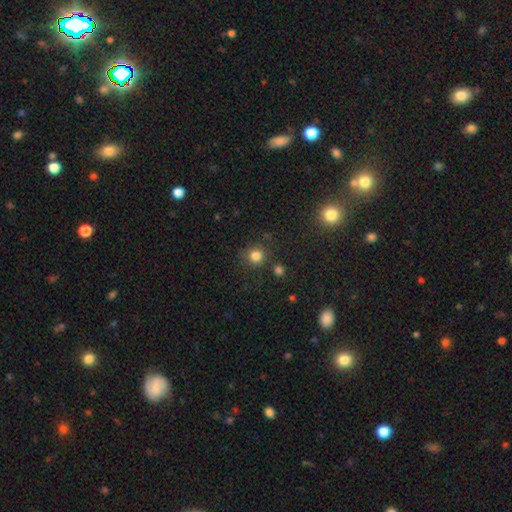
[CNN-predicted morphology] This is clearly a smooth galaxy (81%). How rounded: clearly round (92%). Merging: clearly none (82%).